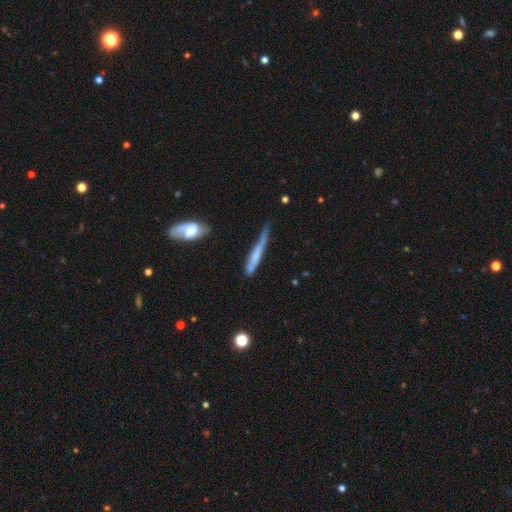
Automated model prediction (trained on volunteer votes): Overall: smooth (53%; featured or disk 40%). How rounded: cigar-shaped (92%). Merging: none (42%; minor disturbance 35%).